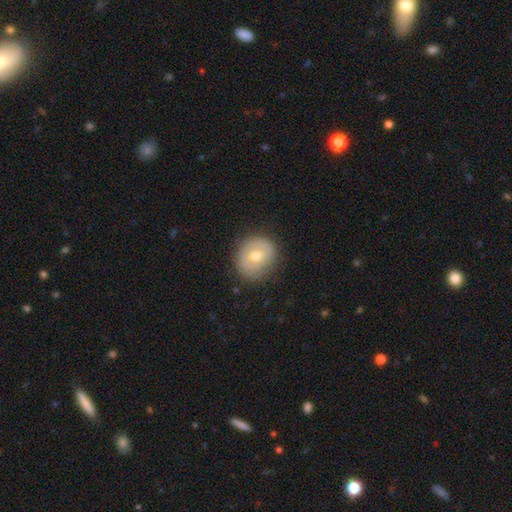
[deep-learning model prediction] This is possibly a smooth galaxy (58%). How rounded: likely round (74%). Merging: clearly none (80%).